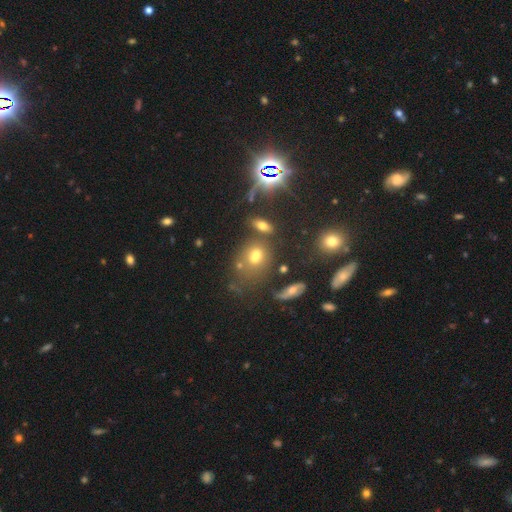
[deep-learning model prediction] smooth 58%, star or artifact 25%, featured or disk 17%. Down the decision tree: how rounded — in between (52%); merging — none (49%).